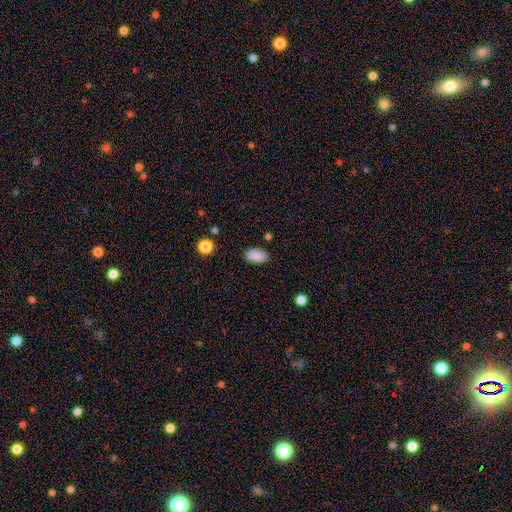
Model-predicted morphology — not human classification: This appears to be a smooth galaxy with no disk features (89%) that is in between round and cigar-shaped (94%). Merging: none (86%).